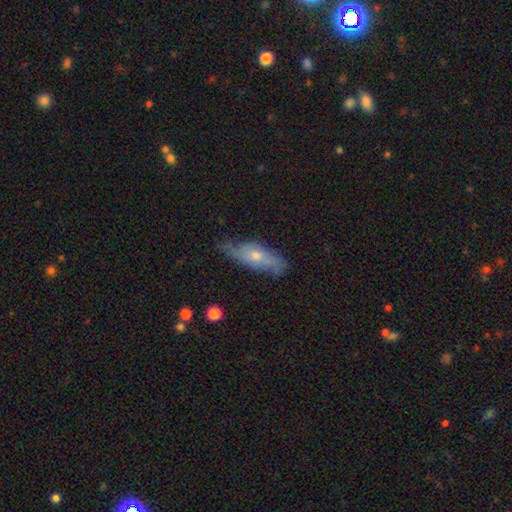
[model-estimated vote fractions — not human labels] smooth 48%, featured or disk 45%, star or artifact 7%. Down the decision tree: merging — none (64%).